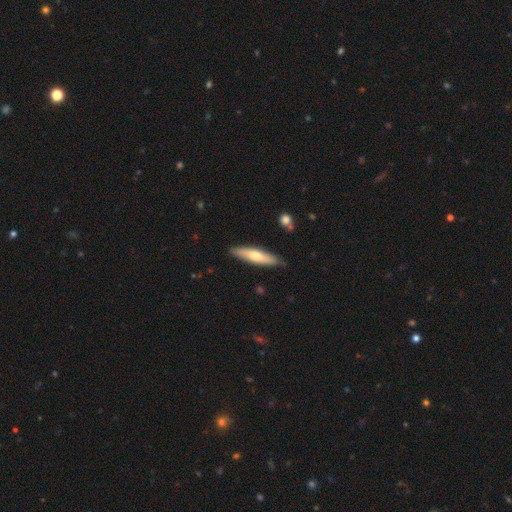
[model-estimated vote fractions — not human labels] A smooth galaxy with no disk features (61%) that is cigar-shaped (80%).

Vote fractions:
- Smooth or featured? smooth: 61% / featured or disk: 33% / star or artifact: 5%
- How rounded? cigar-shaped: 80% / in between: 19% / round: 1%
- Merging? none: 84% / minor disturbance: 12% / major disturbance: 2% / merger: 2%